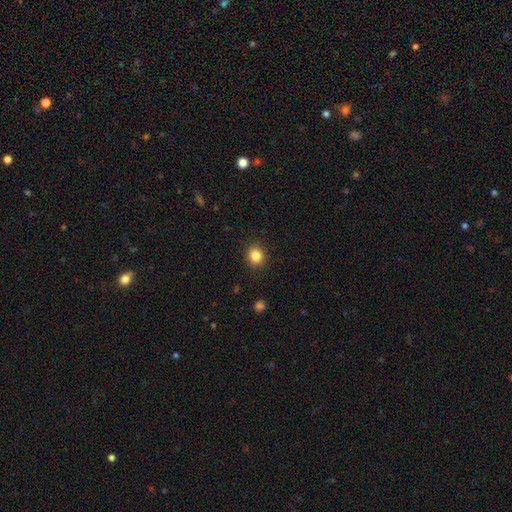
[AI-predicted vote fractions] smooth_or_featured: smooth (p=0.85) [alt: star or artifact p=0.11]
how_rounded: round (p=0.83) [alt: in between p=0.17]
merging: none (p=0.90) [alt: minor disturbance p=0.07]